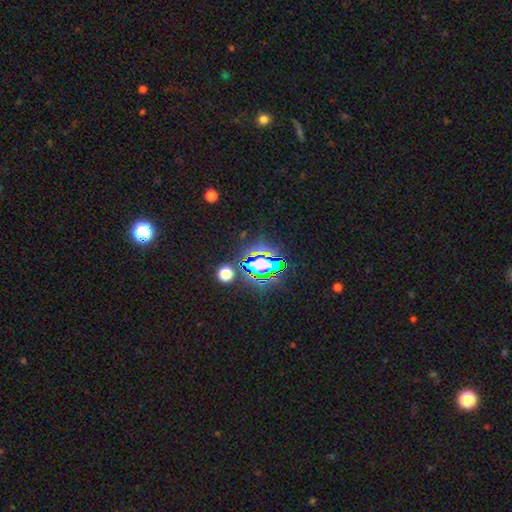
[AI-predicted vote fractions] This appears to be a star or artifact, not a galaxy (79%).